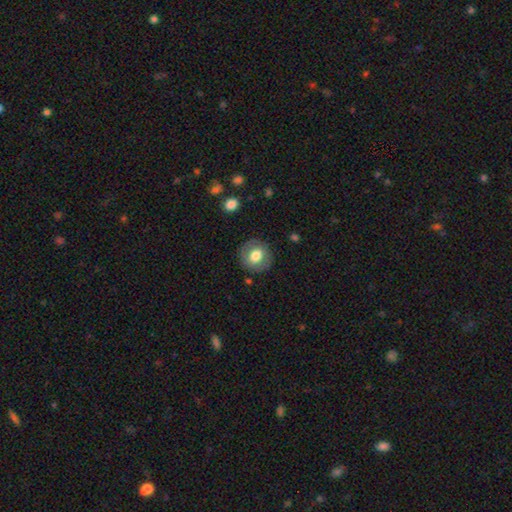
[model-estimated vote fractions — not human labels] Smooth or featured: smooth — 66% (featured or disk — 27%)
How rounded: round — 86% (in between — 13%)
Merging: none — 85% (minor disturbance — 10%)